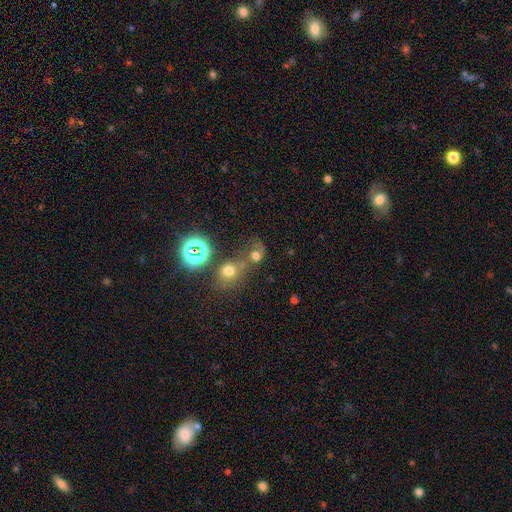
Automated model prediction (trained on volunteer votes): Smooth or featured: smooth — 60% (star or artifact — 26%)
How rounded: round — 71% (in between — 28%)
Merging: merger — 46% (none — 34%)